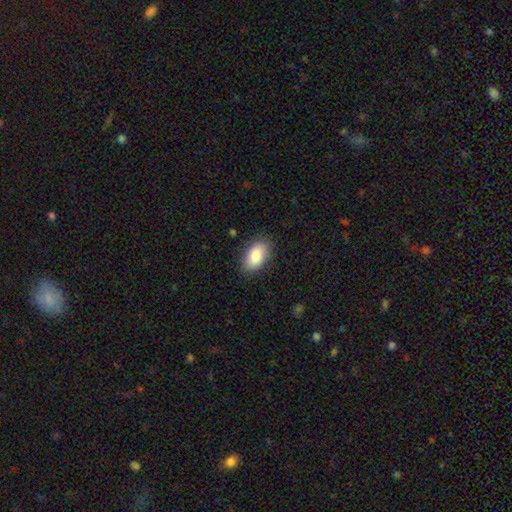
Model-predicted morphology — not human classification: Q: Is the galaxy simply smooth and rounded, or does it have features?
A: smooth — 83%.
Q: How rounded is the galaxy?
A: in between — 92%.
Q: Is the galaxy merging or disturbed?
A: none — 86%.